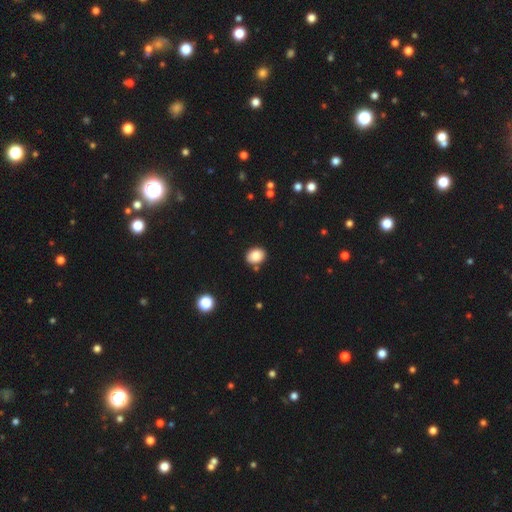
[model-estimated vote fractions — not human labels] A smooth galaxy with no disk features (84%) that is in between round and cigar-shaped (54%).

Vote fractions:
- Smooth or featured? smooth: 84% / star or artifact: 9% / featured or disk: 7%
- How rounded? in between: 54% / round: 45% / cigar-shaped: 1%
- Merging? none: 83% / minor disturbance: 10% / merger: 5% / major disturbance: 2%